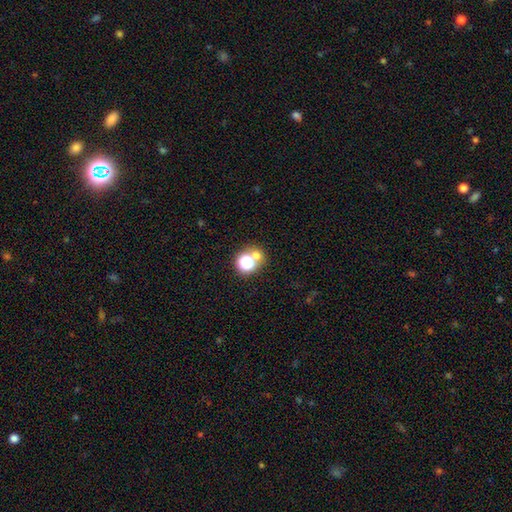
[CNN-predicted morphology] smooth-or-featured: smooth: 58% | star or artifact: 32% | featured or disk: 10%
  how-rounded: round: 82% | in between: 17% | cigar-shaped: 1%
  merging: none: 54% | merger: 34% | minor disturbance: 7% | major disturbance: 4%